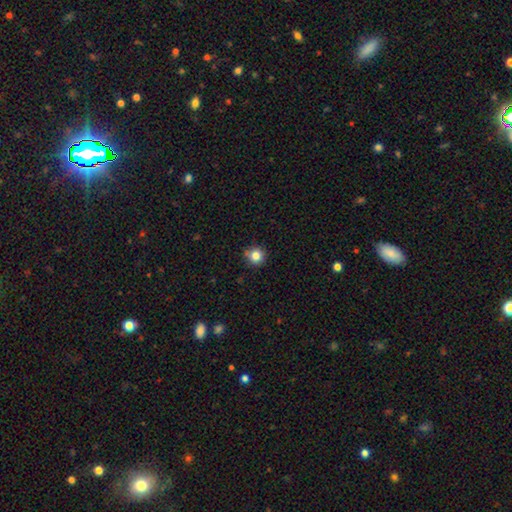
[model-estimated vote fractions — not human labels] The model was most divided on "merging": none: 82%, minor disturbance: 12%, merger: 4%, major disturbance: 3%. More confident: how rounded — round (93%); smooth or featured — smooth (82%).